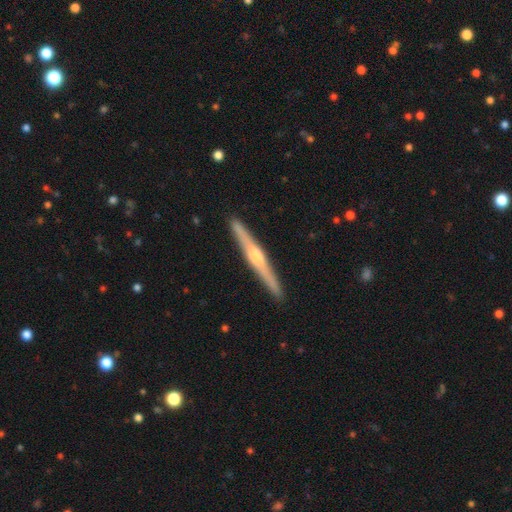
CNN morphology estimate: A featured or disk galaxy (77%) viewed edge-on (98%) with a rounded central bulge (84%).

Vote fractions:
- Smooth or featured? featured or disk: 77% / smooth: 18% / star or artifact: 5%
- Edge-on disk? yes: 98% / no: 2%
- Edge-on bulge? rounded: 84% / none: 9% / boxy: 8%
- Merging? none: 92% / minor disturbance: 6% / major disturbance: 1% / merger: 1%